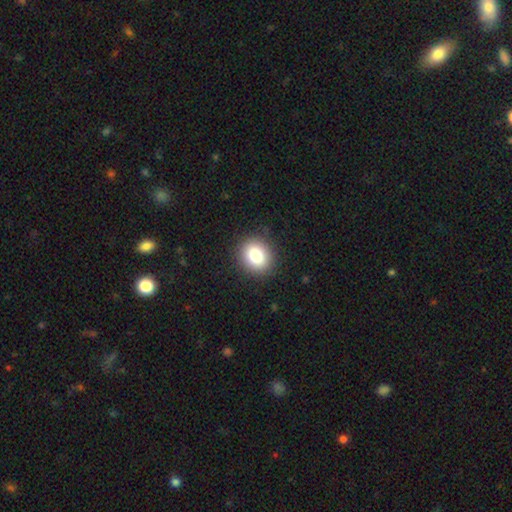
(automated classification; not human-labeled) Smooth or featured?
  - smooth: 83% *
  - star or artifact: 10%
  - featured or disk: 8%
How rounded?
  - round: 71% *
  - in between: 28%
  - cigar-shaped: 1%
Merging?
  - none: 89% *
  - minor disturbance: 8%
  - major disturbance: 2%
  - merger: 1%